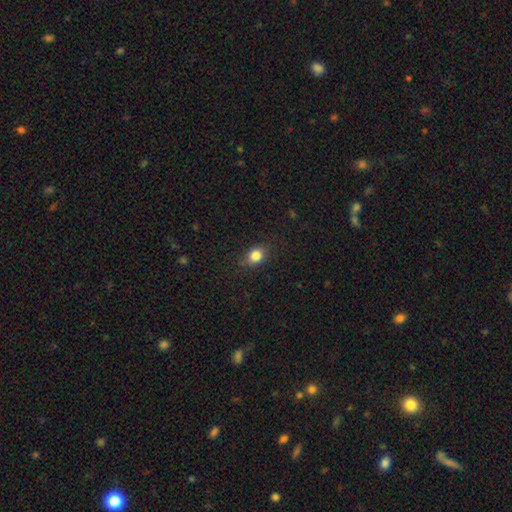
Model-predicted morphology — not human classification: smooth 83%, star or artifact 11%, featured or disk 6%. Down the decision tree: how rounded — in between (51%); merging — none (80%).